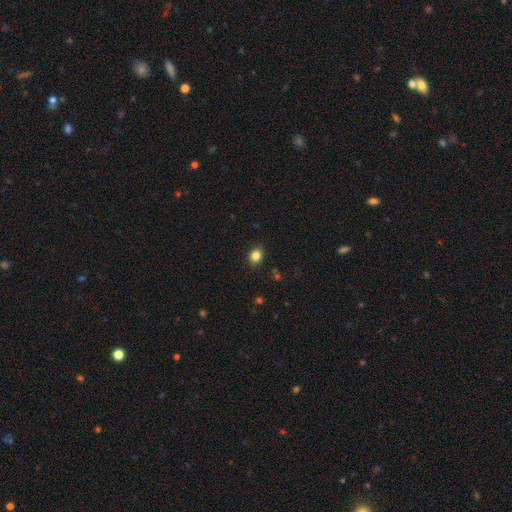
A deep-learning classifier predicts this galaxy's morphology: type=smooth (84%); roundness=round (50%); merging=none (88%).